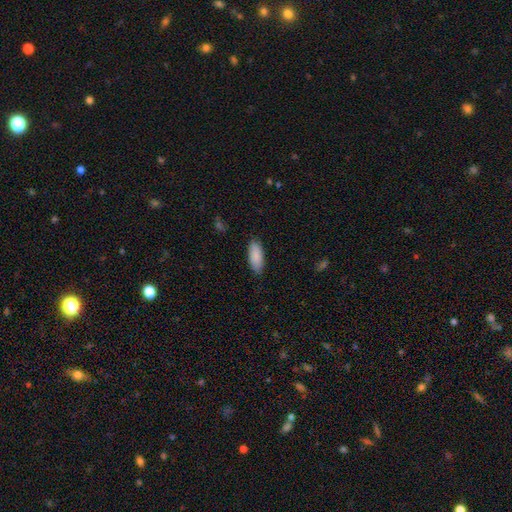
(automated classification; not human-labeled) This appears to be a smooth galaxy with no disk features (88%) that is in between round and cigar-shaped (81%). Merging: none (83%).